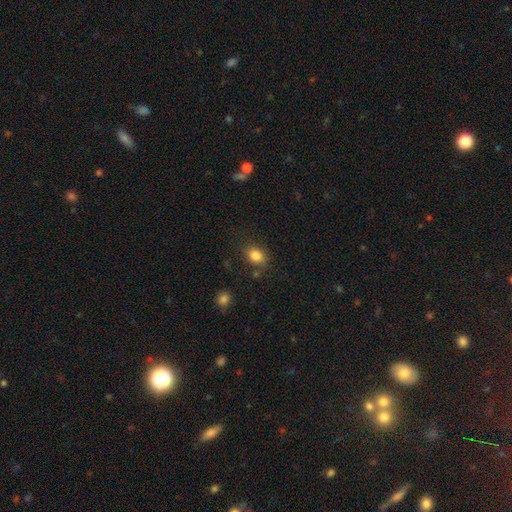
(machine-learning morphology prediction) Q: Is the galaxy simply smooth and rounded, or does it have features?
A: smooth — 84%.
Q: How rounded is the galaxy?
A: in between — 55%.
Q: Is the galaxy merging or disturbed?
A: none — 79%.